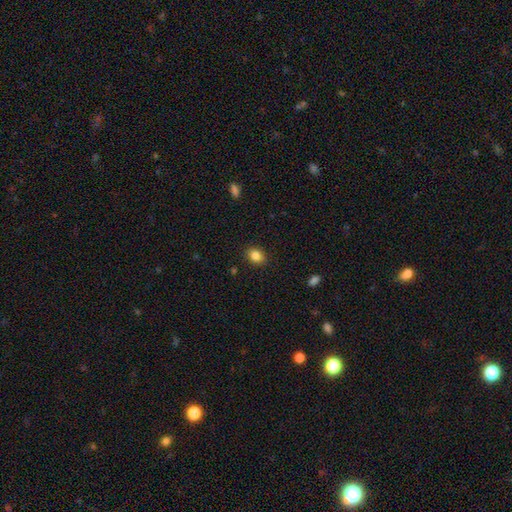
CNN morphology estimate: The model was most divided on "how rounded": in between: 63%, round: 36%, cigar-shaped: 1%. More confident: merging — none (89%); smooth or featured — smooth (85%).